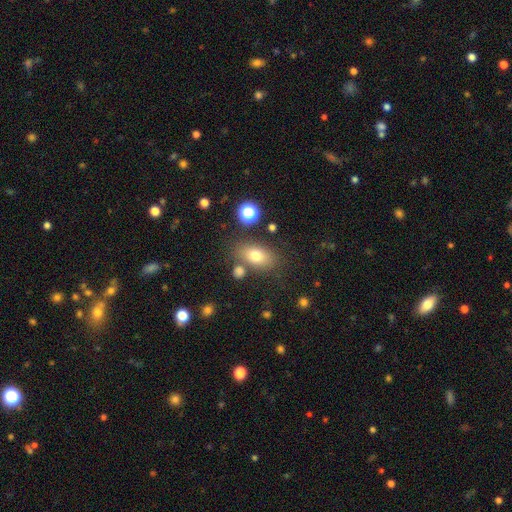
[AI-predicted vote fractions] smooth-or-featured: smooth: 75% | featured or disk: 14% | star or artifact: 11%
  how-rounded: in between: 83% | round: 14% | cigar-shaped: 3%
  merging: none: 74% | minor disturbance: 13% | merger: 8% | major disturbance: 5%